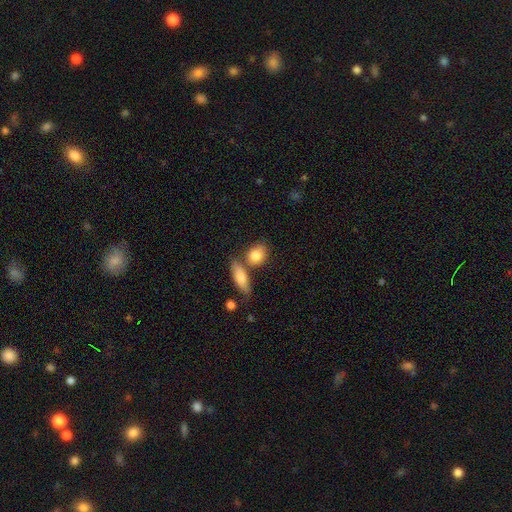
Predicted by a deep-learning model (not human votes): Smooth or featured?
  - smooth: 84% *
  - featured or disk: 10%
  - star or artifact: 7%
How rounded?
  - in between: 54% *
  - round: 41%
  - cigar-shaped: 5%
Merging?
  - none: 60% *
  - merger: 23%
  - minor disturbance: 13%
  - major disturbance: 4%